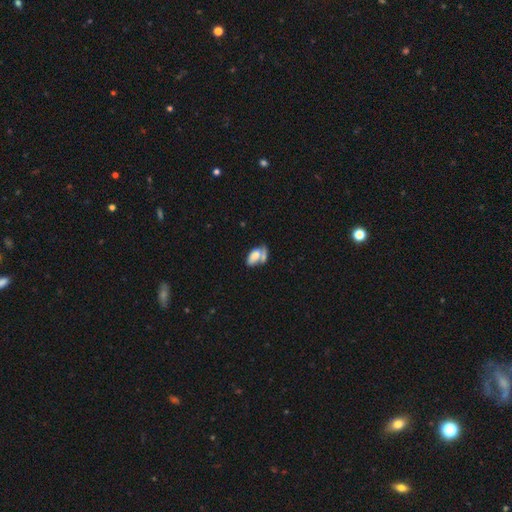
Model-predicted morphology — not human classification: smooth 73%, featured or disk 19%, star or artifact 8%. Down the decision tree: how rounded — in between (89%); merging — merger (47%).